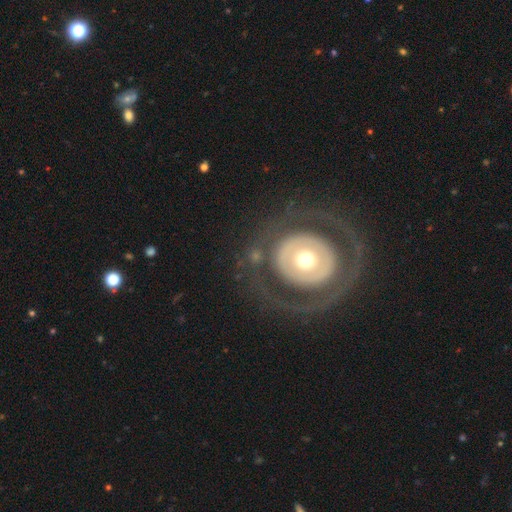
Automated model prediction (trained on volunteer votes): Smooth or featured: featured or disk — 60% (smooth — 33%)
Edge-on disk: no — 96% (yes — 4%)
Bar: no — 84% (weak — 10%)
Spiral arms: no — 77% (yes — 23%)
Bulge size: moderate — 68% (large — 17%)
Merging: none — 73% (major disturbance — 13%)